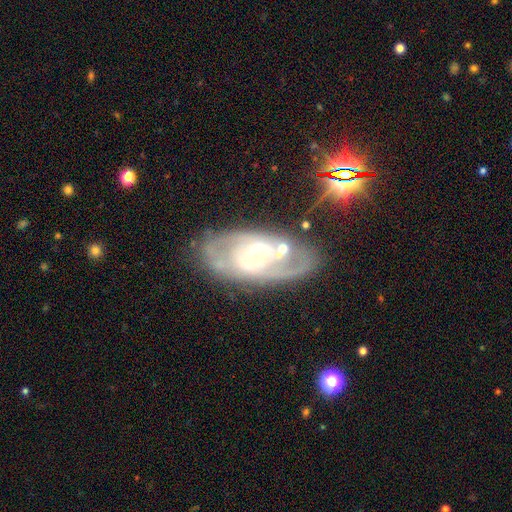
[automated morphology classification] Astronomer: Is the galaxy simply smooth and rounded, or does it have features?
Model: featured or disk — 80%.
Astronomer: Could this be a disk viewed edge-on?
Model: no — 93%.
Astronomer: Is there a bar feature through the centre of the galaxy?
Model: no — 42% (runner-up: weak, 39%).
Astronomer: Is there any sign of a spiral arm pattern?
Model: yes — 82%.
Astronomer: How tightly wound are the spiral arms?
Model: tight — 45% (runner-up: medium, 42%).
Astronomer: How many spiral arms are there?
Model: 2 — 59%.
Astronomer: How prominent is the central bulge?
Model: small — 54% (runner-up: moderate, 40%).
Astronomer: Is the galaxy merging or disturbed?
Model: none — 67%.